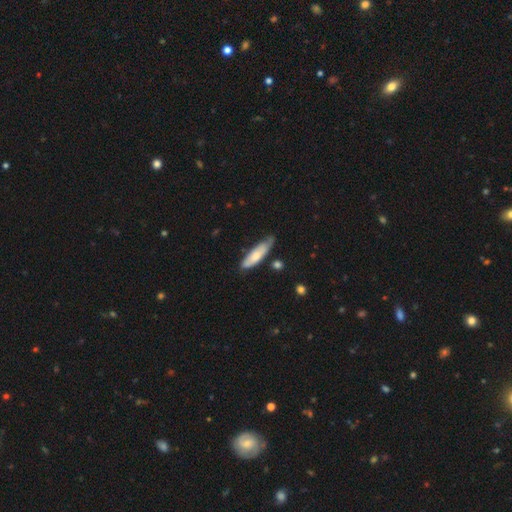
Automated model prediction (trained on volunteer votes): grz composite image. It shows a smooth galaxy with no disk features (66%) that is cigar-shaped (62%). Merging: none (58%).